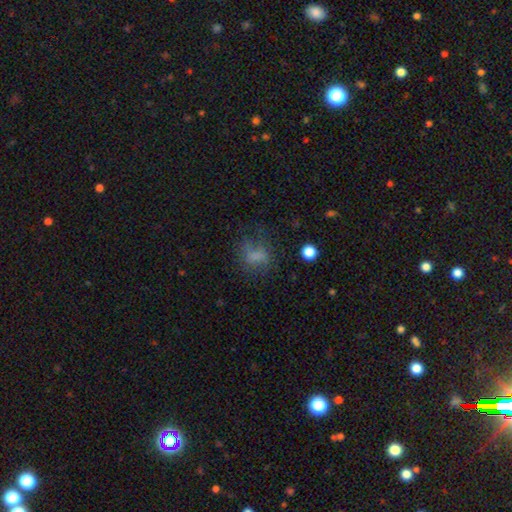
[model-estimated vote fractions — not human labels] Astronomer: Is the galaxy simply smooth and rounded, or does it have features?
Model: smooth — 62%.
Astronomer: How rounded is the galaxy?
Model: in between — 52% (runner-up: round, 45%).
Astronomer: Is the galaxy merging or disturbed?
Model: none — 53%.